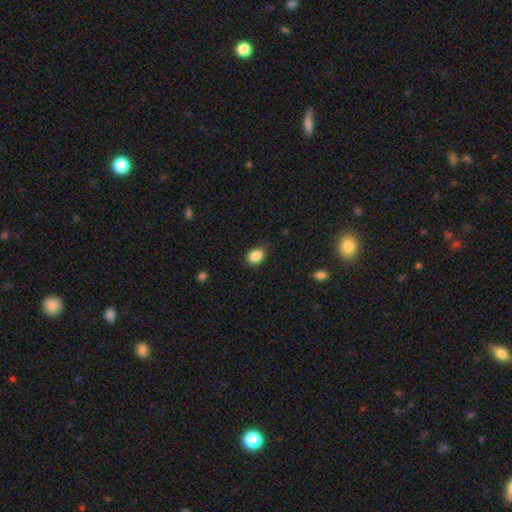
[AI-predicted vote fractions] Smooth or featured?
  - smooth: 88% *
  - star or artifact: 8%
  - featured or disk: 4%
How rounded?
  - in between: 75% *
  - round: 24%
  - cigar-shaped: 1%
Merging?
  - none: 85% *
  - minor disturbance: 12%
  - major disturbance: 3%
  - merger: 1%